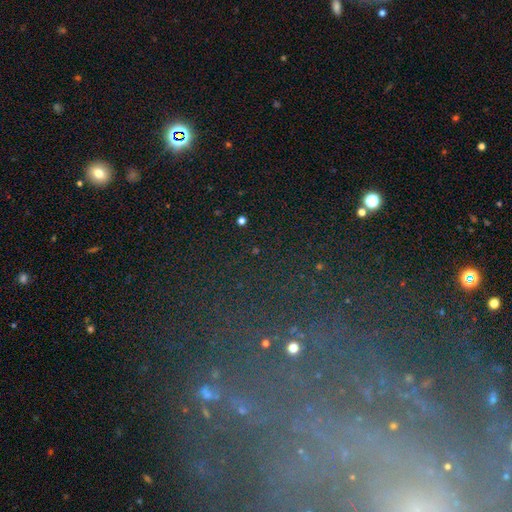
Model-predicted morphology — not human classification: A star or artifact, not a galaxy (43%).